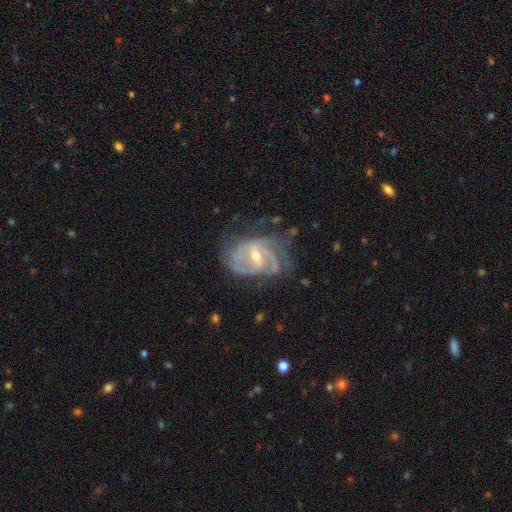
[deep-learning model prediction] A featured or disk galaxy (89%) with a weak bar (53%), 2 (32%) tight (48%) spiral arms (97%) and a small central bulge (52%). Merging: none (58%).